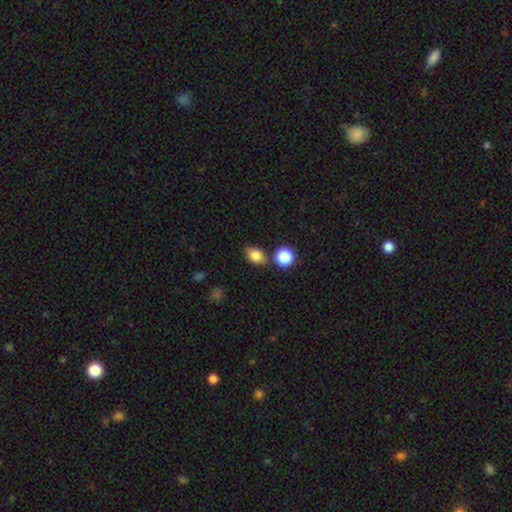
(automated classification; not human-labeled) This is clearly a smooth galaxy (82%). How rounded: likely in between (73%). Merging: likely none (69%).